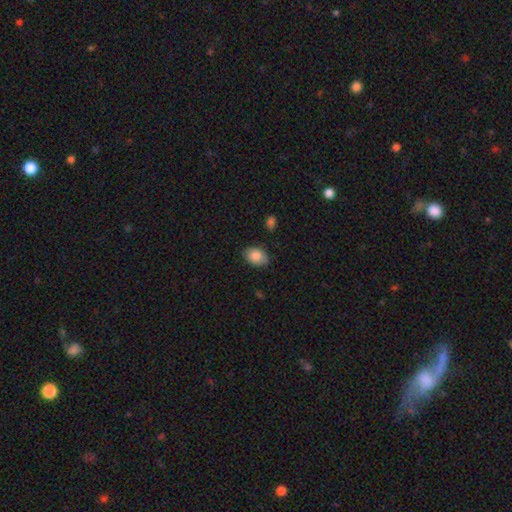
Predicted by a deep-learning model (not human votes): A smooth galaxy with no disk features (86%) that is in between round and cigar-shaped (74%). Merging: none (77%).